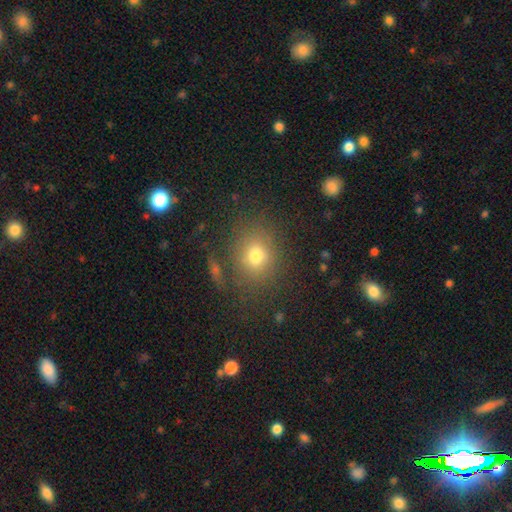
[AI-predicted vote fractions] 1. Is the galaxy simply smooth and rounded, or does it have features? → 73% smooth, 15% star or artifact, 12% featured or disk.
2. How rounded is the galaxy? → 66% round, 32% in between, 1% cigar-shaped.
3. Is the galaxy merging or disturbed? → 78% none, 12% minor disturbance, 6% major disturbance, 4% merger.